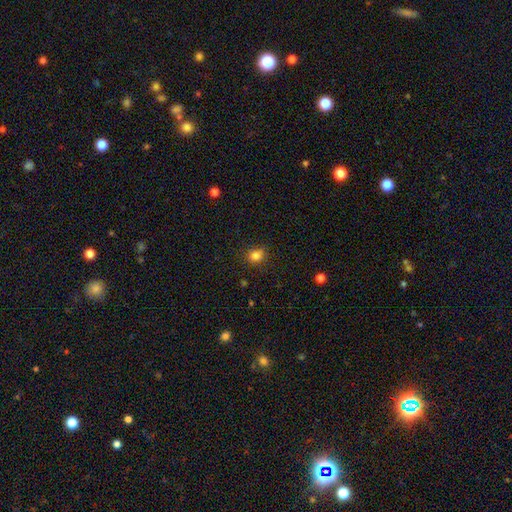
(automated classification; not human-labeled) A smooth galaxy with no disk features (82%) that is round (71%). Merging: none (76%).